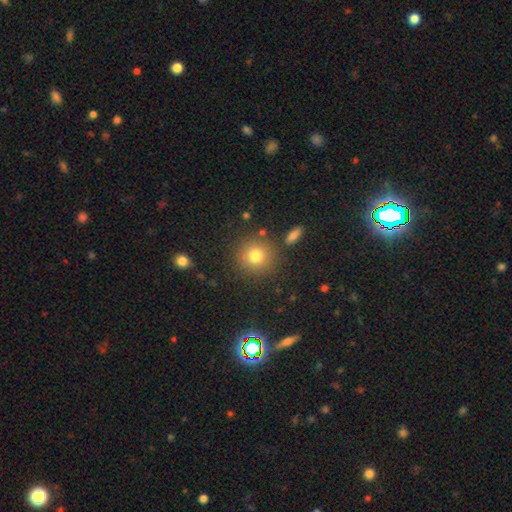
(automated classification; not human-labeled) Smooth or featured: smooth — 79% (star or artifact — 13%)
How rounded: round — 92% (in between — 7%)
Merging: none — 85% (minor disturbance — 8%)